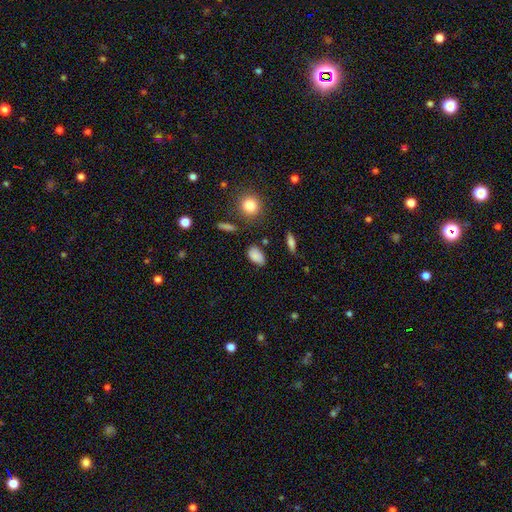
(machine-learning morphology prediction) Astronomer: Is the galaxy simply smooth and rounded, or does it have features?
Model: smooth — 85%.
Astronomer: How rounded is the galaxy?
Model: in between — 89%.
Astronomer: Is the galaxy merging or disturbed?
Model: none — 75%.